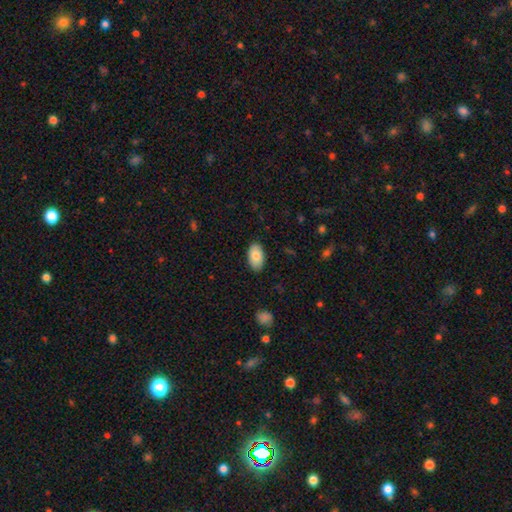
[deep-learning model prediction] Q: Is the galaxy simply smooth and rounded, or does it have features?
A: smooth — 83%.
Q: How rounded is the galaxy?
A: in between — 95%.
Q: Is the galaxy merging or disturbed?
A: none — 87%.